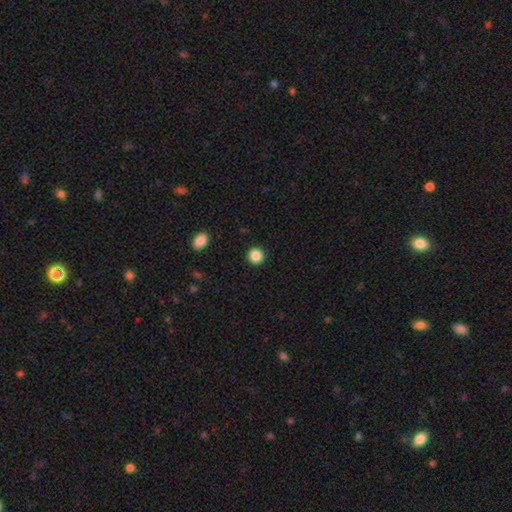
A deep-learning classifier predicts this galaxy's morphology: This is clearly a smooth galaxy (86%). How rounded: clearly round (94%). Merging: clearly none (92%).